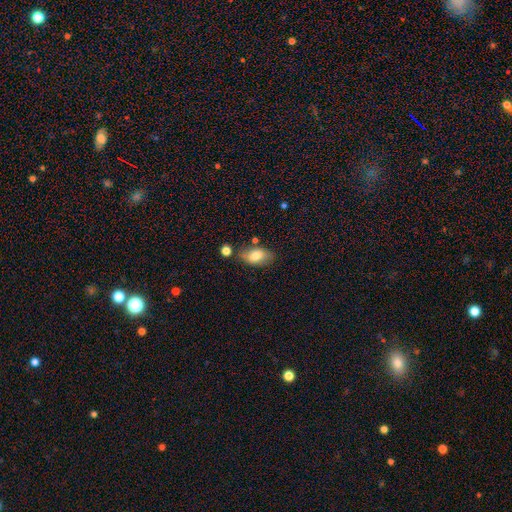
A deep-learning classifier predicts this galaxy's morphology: Smooth or featured?
  - smooth: 75% *
  - featured or disk: 17%
  - star or artifact: 8%
How rounded?
  - in between: 91% *
  - round: 7%
  - cigar-shaped: 2%
Merging?
  - none: 72% *
  - minor disturbance: 17%
  - merger: 7%
  - major disturbance: 4%